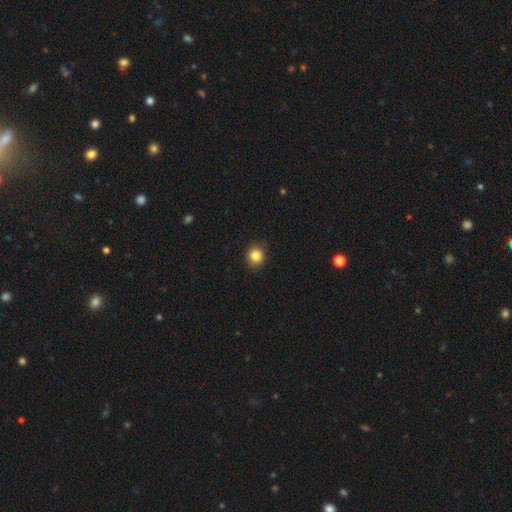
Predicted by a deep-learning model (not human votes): The model was most divided on "how rounded": round: 84%, in between: 15%, cigar-shaped: 1%. More confident: merging — none (88%); smooth or featured — smooth (85%).